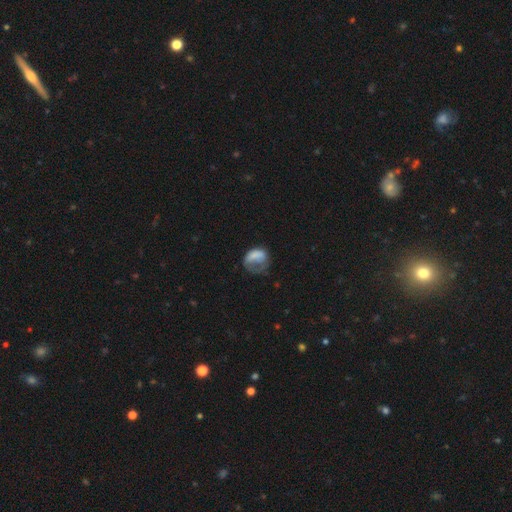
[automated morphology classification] Q: Smooth or featured?
A: smooth (65%); runner-up: featured or disk (25%)
Q: How rounded?
A: in between (57%); runner-up: round (41%)
Q: Merging?
A: major disturbance (49%); runner-up: minor disturbance (25%)